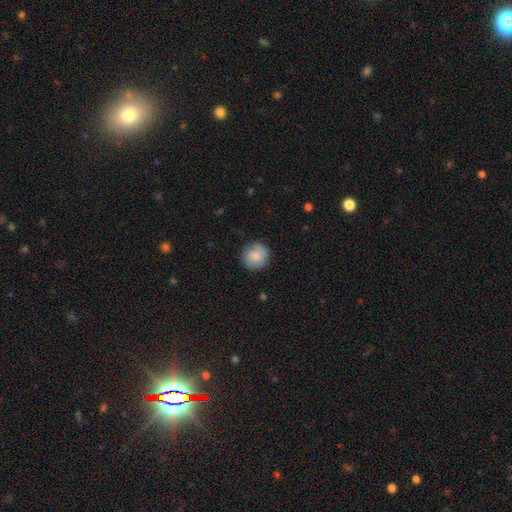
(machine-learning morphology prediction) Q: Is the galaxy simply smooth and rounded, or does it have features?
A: smooth — 83%.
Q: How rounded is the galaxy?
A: round — 93%.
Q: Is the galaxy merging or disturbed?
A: none — 86%.